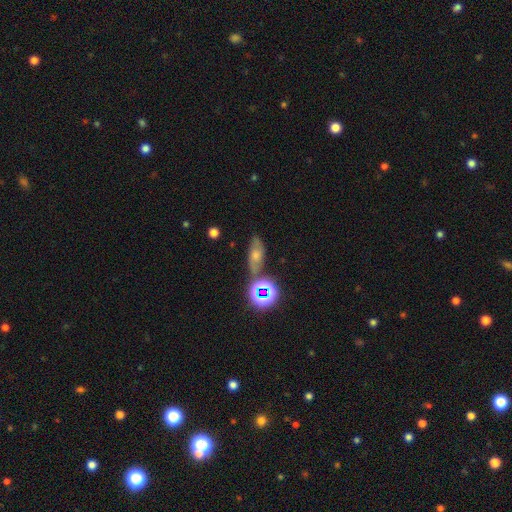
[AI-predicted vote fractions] A featured or disk galaxy (36%).

Vote fractions:
- Smooth or featured? featured or disk: 36% / star or artifact: 34% / smooth: 29%
- Merging? none: 66% / minor disturbance: 16% / merger: 11% / major disturbance: 7%